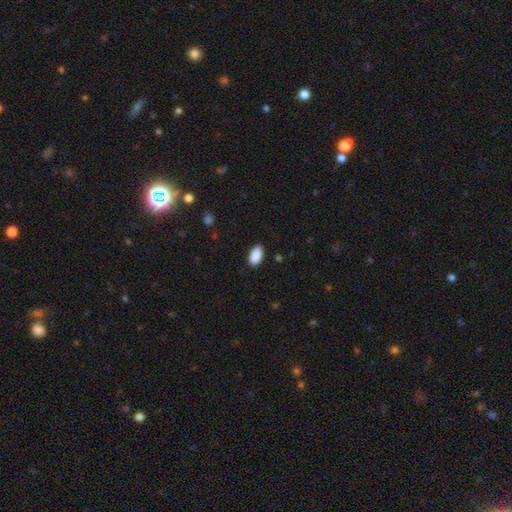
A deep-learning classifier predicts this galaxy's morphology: Overall: smooth (91%). How rounded: in between (94%). Merging: none (88%).